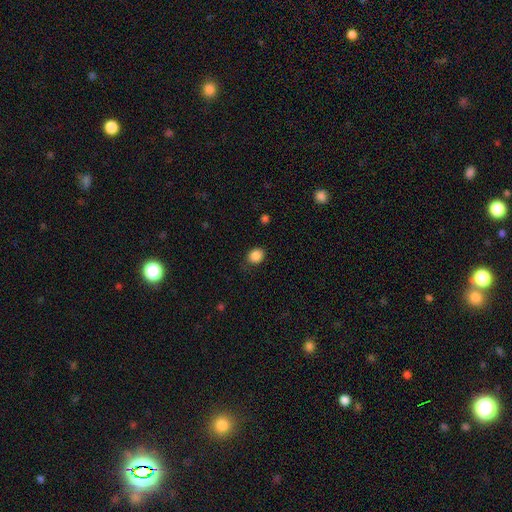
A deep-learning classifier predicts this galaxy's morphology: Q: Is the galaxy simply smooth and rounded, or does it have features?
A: smooth — 87%.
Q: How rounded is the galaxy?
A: round — 59%.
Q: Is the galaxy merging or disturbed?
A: none — 81%.